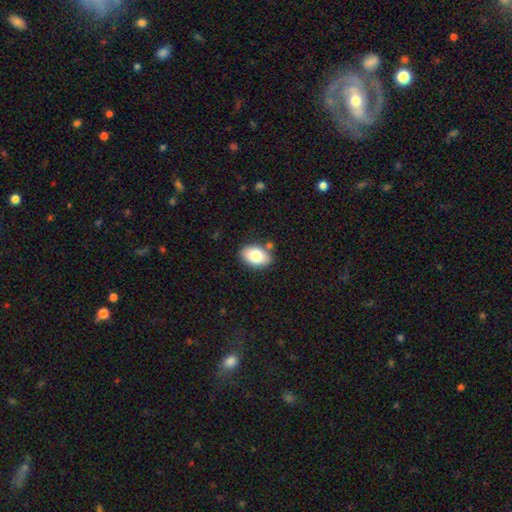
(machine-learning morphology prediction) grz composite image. It shows a smooth galaxy with no disk features (79%) that is in between round and cigar-shaped (86%). Merging: none (81%).